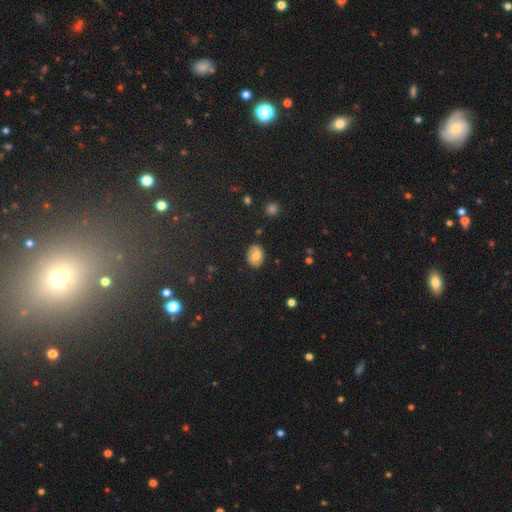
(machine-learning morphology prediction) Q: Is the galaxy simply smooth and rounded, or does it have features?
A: smooth — 62%.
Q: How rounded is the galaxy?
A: in between — 64%.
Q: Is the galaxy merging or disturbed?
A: none — 84%.